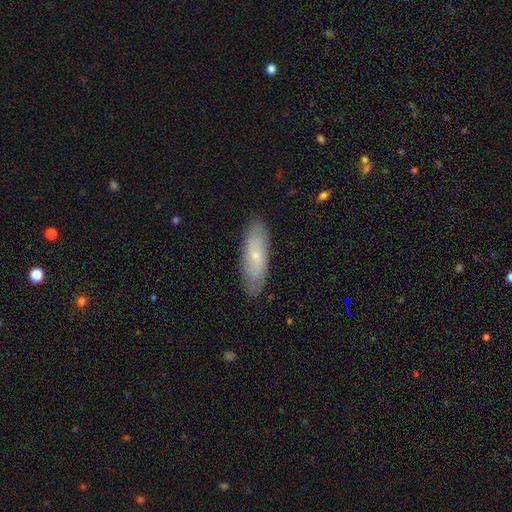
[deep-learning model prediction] smooth 57%, featured or disk 37%, star or artifact 7%. Down the decision tree: how rounded — in between (55%); merging — none (85%).